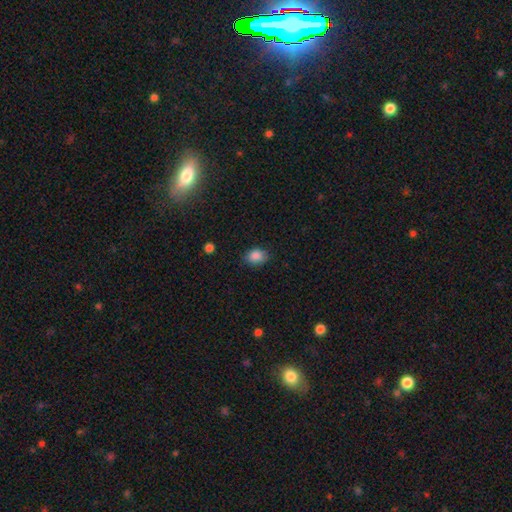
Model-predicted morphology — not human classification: type=smooth (87%); roundness=in between (62%); merging=none (80%).